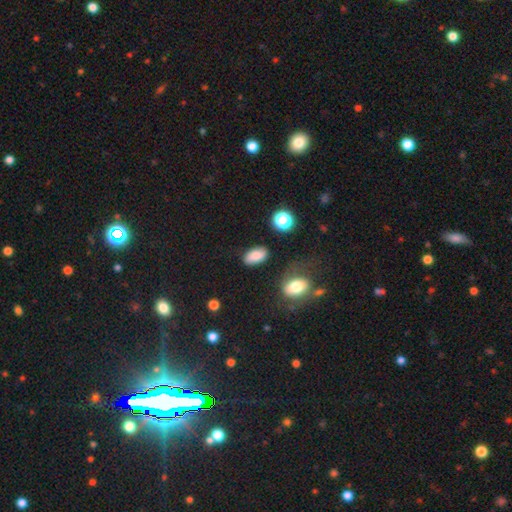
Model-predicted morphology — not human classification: Smooth or featured?
  - smooth: 79% *
  - featured or disk: 11%
  - star or artifact: 10%
How rounded?
  - in between: 90% *
  - round: 8%
  - cigar-shaped: 2%
Merging?
  - none: 79% *
  - minor disturbance: 14%
  - major disturbance: 4%
  - merger: 3%